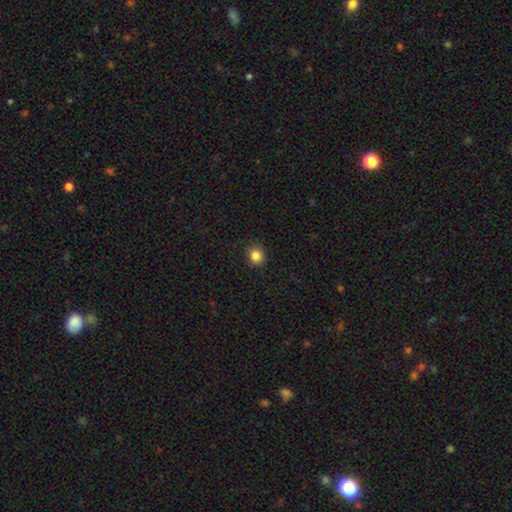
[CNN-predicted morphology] smooth 85%, star or artifact 11%, featured or disk 5%. Down the decision tree: how rounded — round (85%); merging — none (89%).